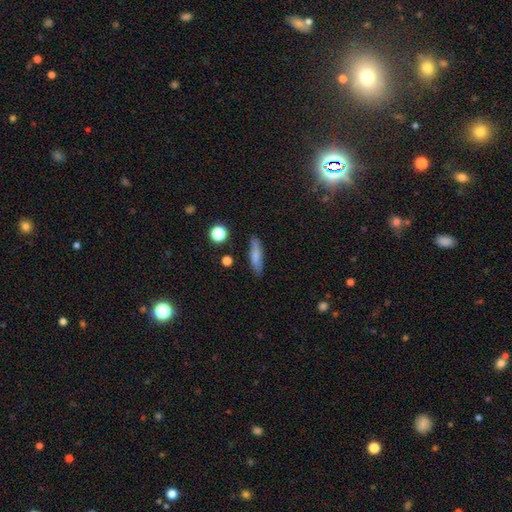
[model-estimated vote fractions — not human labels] Smooth or featured?
  - smooth: 77% *
  - featured or disk: 15%
  - star or artifact: 8%
How rounded?
  - cigar-shaped: 65% *
  - in between: 32%
  - round: 3%
Merging?
  - none: 82% *
  - minor disturbance: 13%
  - major disturbance: 3%
  - merger: 2%